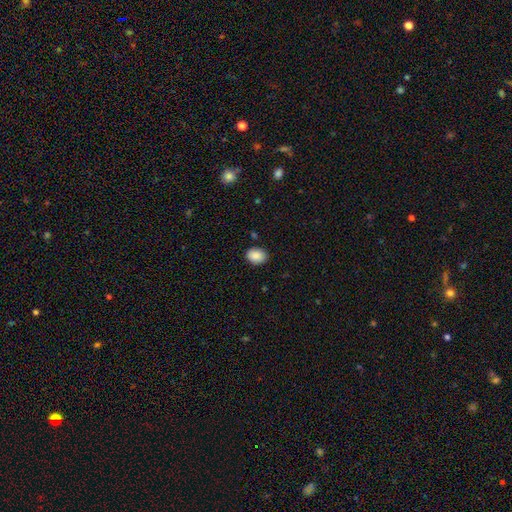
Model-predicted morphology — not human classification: Overall: smooth (89%). How rounded: in between (65%; round 34%). Merging: none (86%).